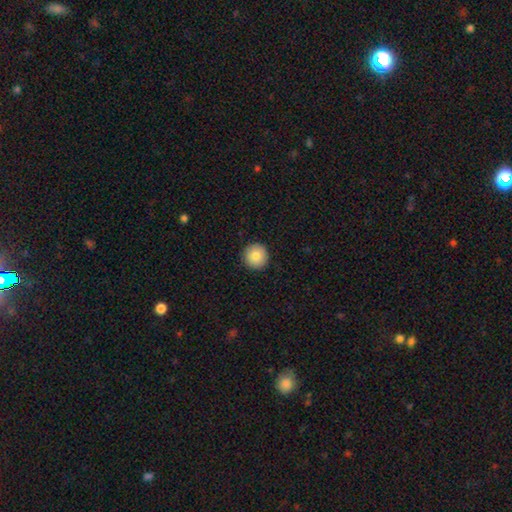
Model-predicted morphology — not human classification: type=smooth (85%); roundness=round (96%); merging=none (93%).